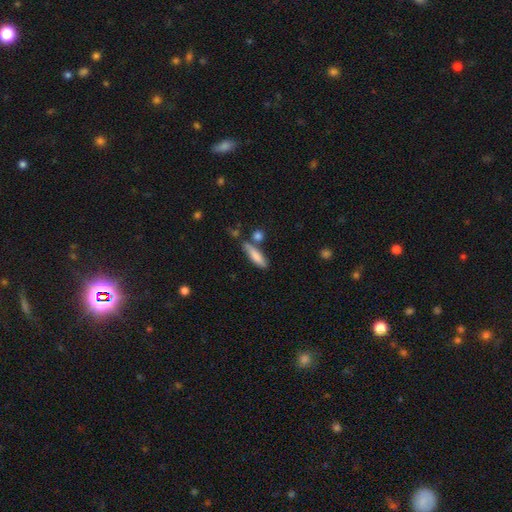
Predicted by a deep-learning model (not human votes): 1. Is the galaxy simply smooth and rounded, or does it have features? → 78% smooth, 16% featured or disk, 7% star or artifact.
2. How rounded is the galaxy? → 66% cigar-shaped, 32% in between, 2% round.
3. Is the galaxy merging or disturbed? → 65% none, 18% minor disturbance, 12% merger, 5% major disturbance.